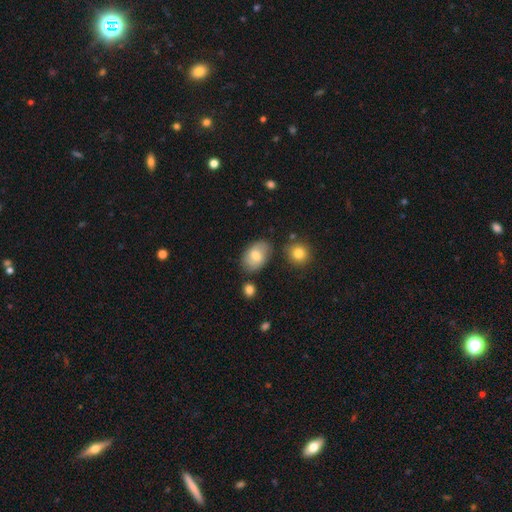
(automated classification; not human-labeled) Smooth or featured: smooth — 73% (featured or disk — 20%)
How rounded: in between — 85% (round — 13%)
Merging: none — 75% (minor disturbance — 16%)